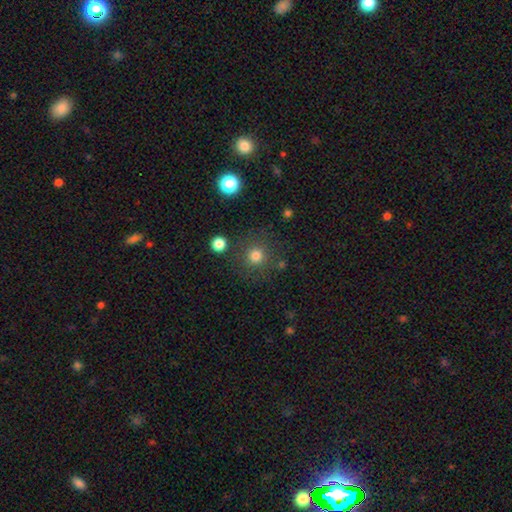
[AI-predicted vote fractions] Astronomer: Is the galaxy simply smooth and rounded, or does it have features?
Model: smooth — 80%.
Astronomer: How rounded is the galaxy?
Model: round — 93%.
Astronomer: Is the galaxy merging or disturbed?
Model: none — 82%.